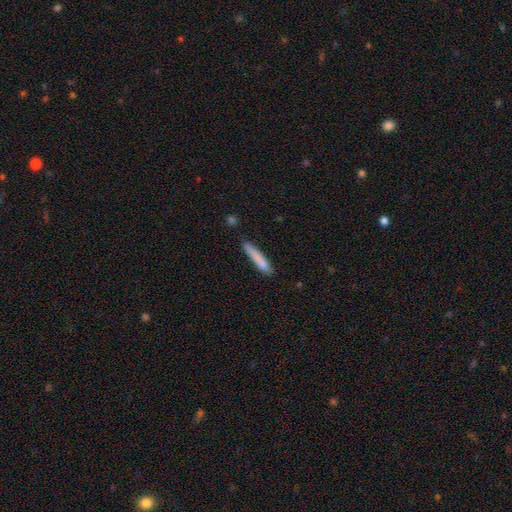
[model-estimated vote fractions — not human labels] This is likely a smooth galaxy (80%). How rounded: clearly cigar-shaped (92%). Merging: likely none (73%).